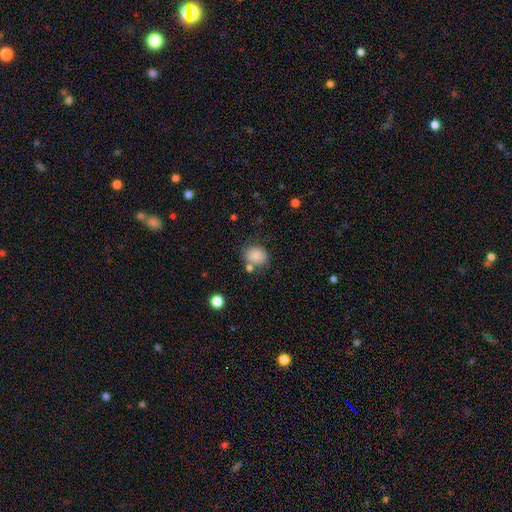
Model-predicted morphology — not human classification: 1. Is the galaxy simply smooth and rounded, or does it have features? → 84% smooth, 9% star or artifact, 7% featured or disk.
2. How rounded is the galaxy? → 66% round, 33% in between, 1% cigar-shaped.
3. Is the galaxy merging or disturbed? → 68% none, 16% minor disturbance, 11% merger, 5% major disturbance.